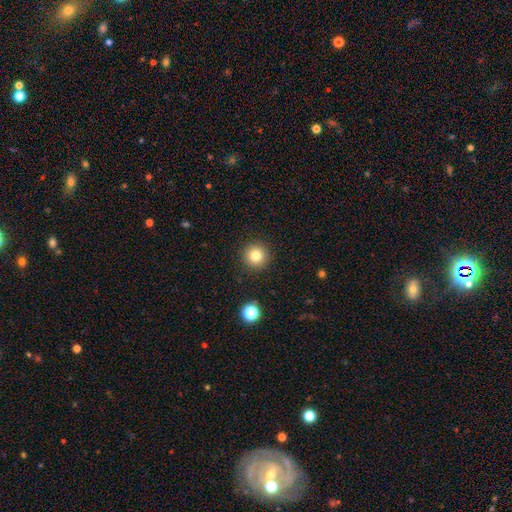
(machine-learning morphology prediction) Smooth or featured: smooth — 80% (star or artifact — 12%)
How rounded: round — 96% (in between — 3%)
Merging: none — 91% (minor disturbance — 5%)